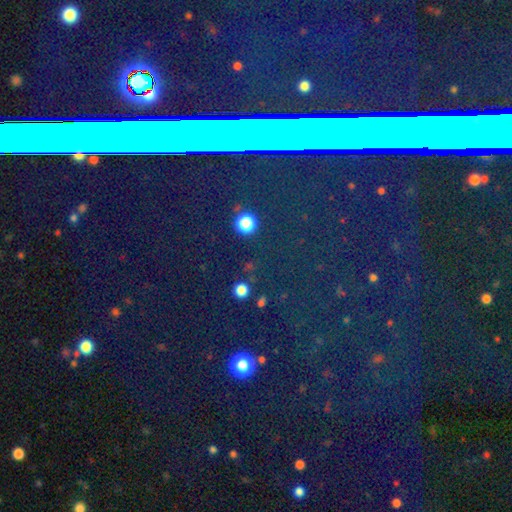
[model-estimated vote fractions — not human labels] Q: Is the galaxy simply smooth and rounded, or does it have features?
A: star or artifact — 75%.